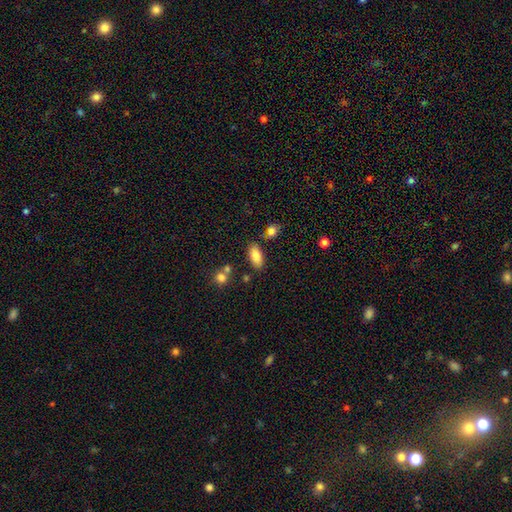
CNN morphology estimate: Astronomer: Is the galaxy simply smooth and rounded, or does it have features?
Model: smooth — 82%.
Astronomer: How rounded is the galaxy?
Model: in between — 89%.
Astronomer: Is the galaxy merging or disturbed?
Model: none — 77%.